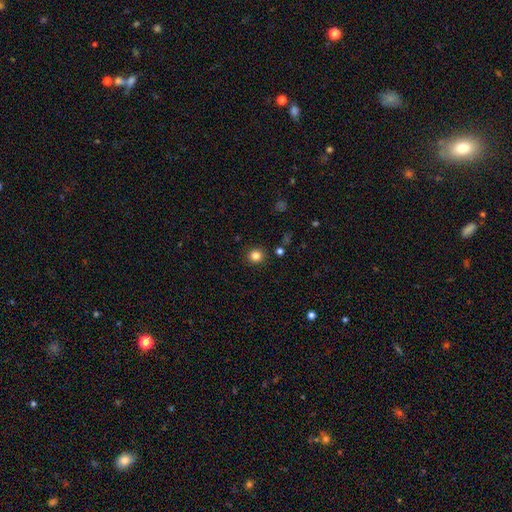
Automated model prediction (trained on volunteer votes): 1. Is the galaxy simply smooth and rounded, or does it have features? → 83% smooth, 12% star or artifact, 4% featured or disk.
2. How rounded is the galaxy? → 90% round, 9% in between, 1% cigar-shaped.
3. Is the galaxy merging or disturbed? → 90% none, 6% minor disturbance, 2% major disturbance, 2% merger.